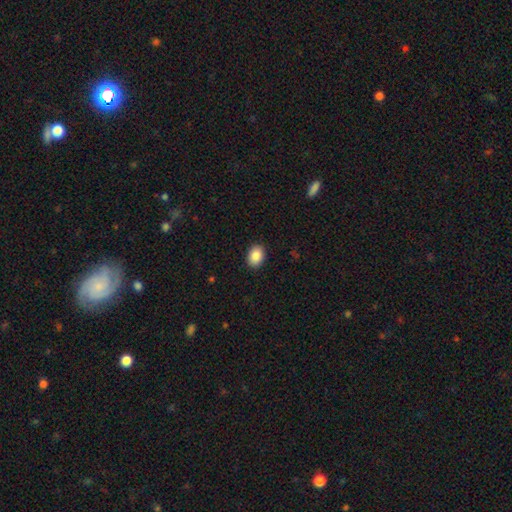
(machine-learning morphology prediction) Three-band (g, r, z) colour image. It shows a smooth galaxy with no disk features (88%) that is in between round and cigar-shaped (76%). Merging: none (90%).